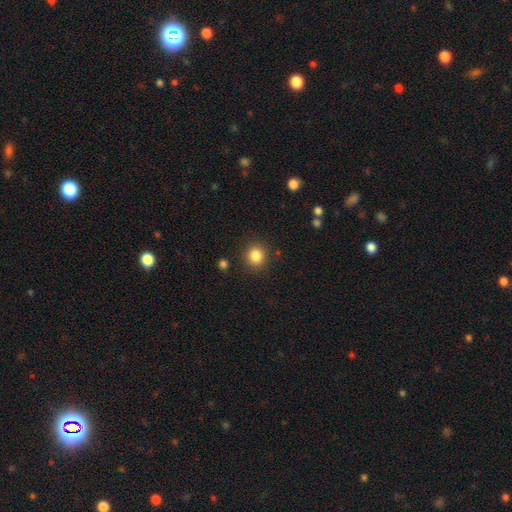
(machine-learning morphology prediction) This is clearly a smooth galaxy (85%). How rounded: clearly round (85%). Merging: clearly none (88%).